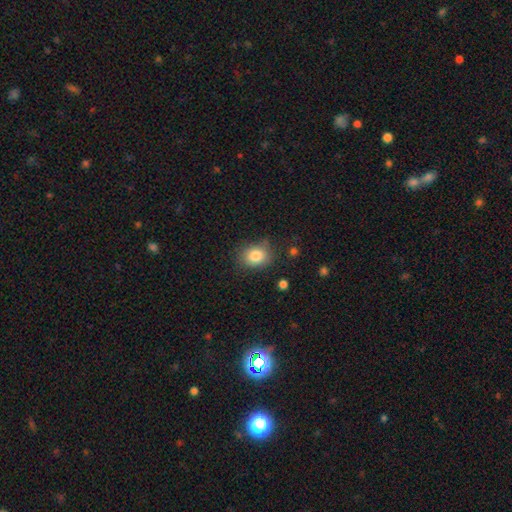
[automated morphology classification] The model was most divided on "how rounded": round: 52%, in between: 47%, cigar-shaped: 1%. More confident: smooth or featured — smooth (83%); merging — none (77%).